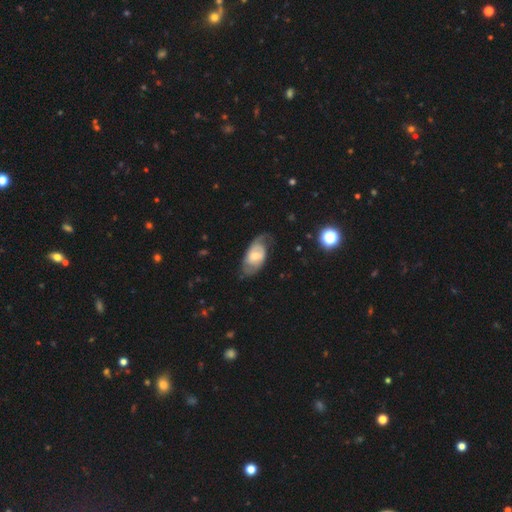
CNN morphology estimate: This is likely a featured or disk galaxy (63%). It is clearly not viewed edge-on (94%). Bar: marginally weak (45%). Spiral arm pattern: clearly yes (84%). Central bulge: possibly moderate (53%). Merging: likely none (60%).